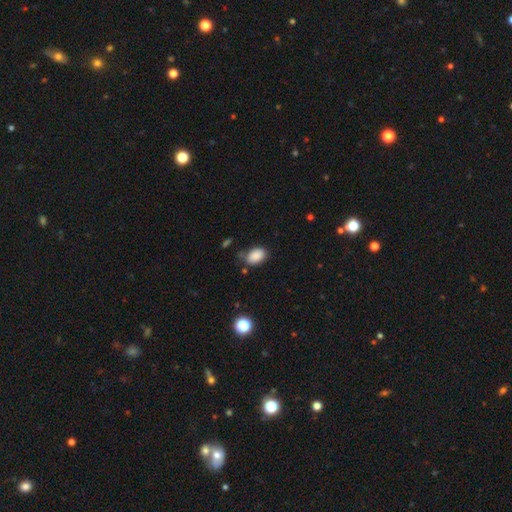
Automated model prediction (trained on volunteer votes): Smooth or featured? smooth (88%)
How rounded? in between (87%)
Merging? none (72%)